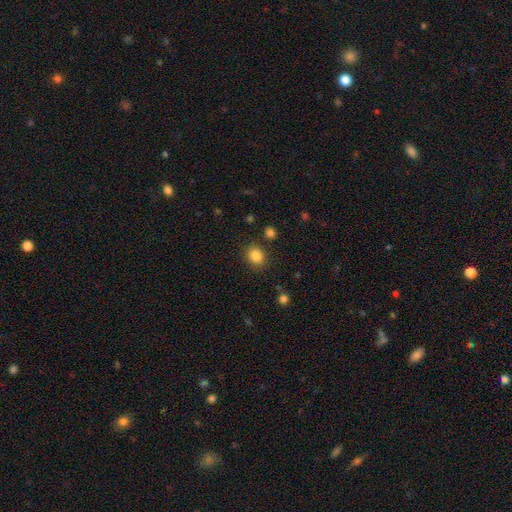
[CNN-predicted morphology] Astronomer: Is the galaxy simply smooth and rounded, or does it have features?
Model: smooth — 85%.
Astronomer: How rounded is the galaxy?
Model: round — 68%.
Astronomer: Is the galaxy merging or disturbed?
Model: none — 84%.